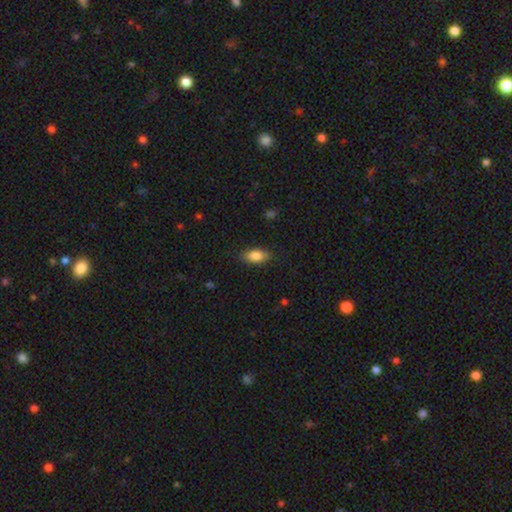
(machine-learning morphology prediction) This appears to be a smooth galaxy with no disk features (84%) that is in between round and cigar-shaped (89%). Merging: none (85%).